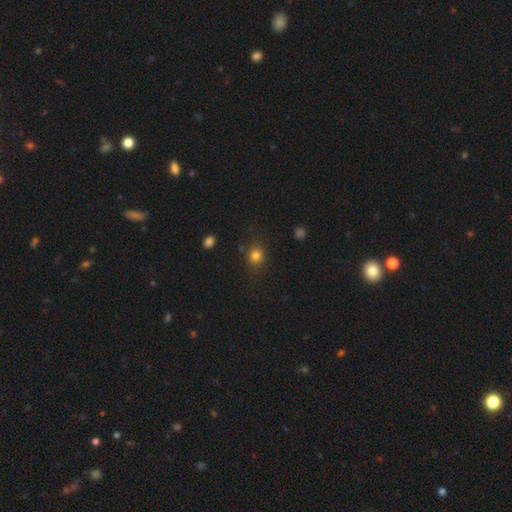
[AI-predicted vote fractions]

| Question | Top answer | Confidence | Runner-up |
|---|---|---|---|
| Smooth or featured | smooth | 80% | star or artifact (14%) |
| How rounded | round | 76% | in between (23%) |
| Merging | none | 81% | minor disturbance (13%) |